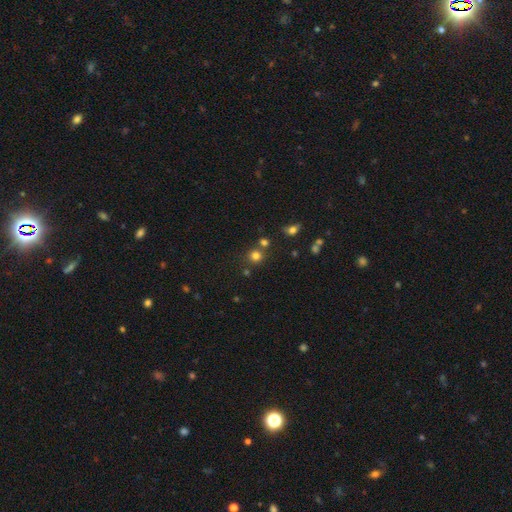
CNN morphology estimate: Q: Smooth or featured?
A: smooth (75%); runner-up: star or artifact (19%)
Q: How rounded?
A: round (89%); runner-up: in between (10%)
Q: Merging?
A: none (71%); runner-up: merger (17%)